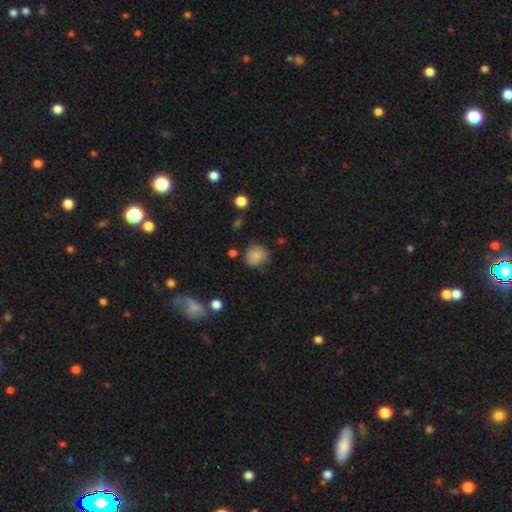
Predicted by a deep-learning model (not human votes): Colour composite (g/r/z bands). It shows a smooth galaxy with no disk features (83%) that is round (85%). Merging: none (70%).